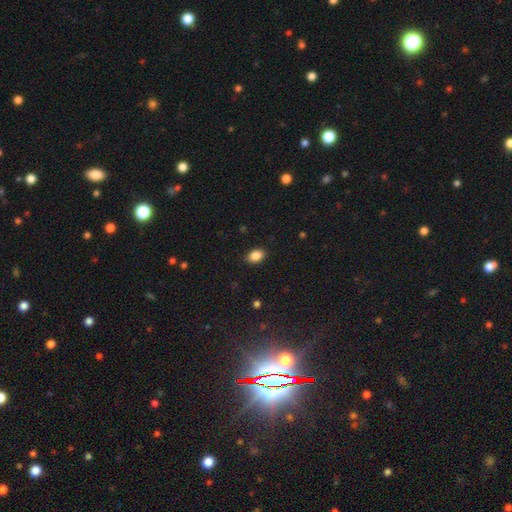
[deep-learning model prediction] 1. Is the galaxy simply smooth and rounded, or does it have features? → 87% smooth, 9% star or artifact, 4% featured or disk.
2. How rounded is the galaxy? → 84% in between, 15% round, 1% cigar-shaped.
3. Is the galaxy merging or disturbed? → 89% none, 8% minor disturbance, 2% major disturbance, 1% merger.